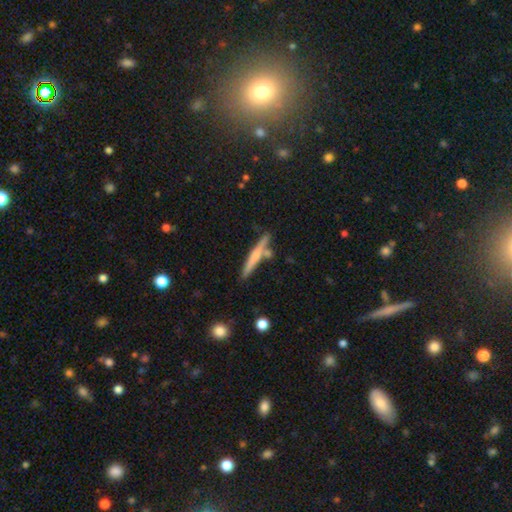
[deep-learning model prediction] This appears to be a smooth galaxy with no disk features (50%). Merging: none (73%).